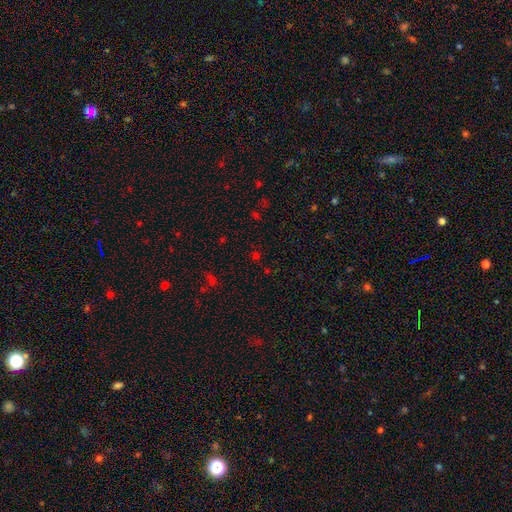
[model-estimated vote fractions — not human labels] Q: Smooth or featured?
A: star or artifact (50%); runner-up: smooth (43%)